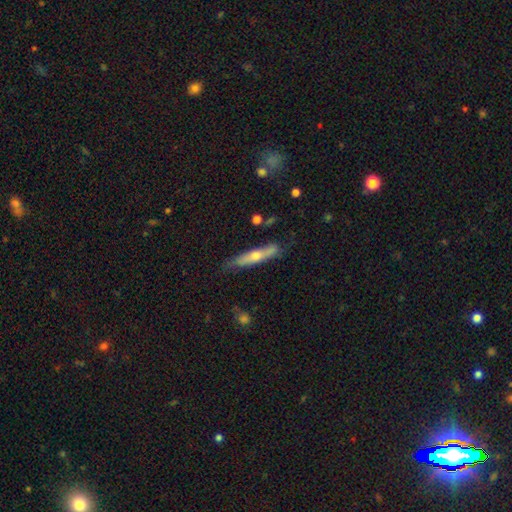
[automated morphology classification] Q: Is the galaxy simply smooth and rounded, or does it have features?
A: featured or disk — 48%.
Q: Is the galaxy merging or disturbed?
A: none — 72%.